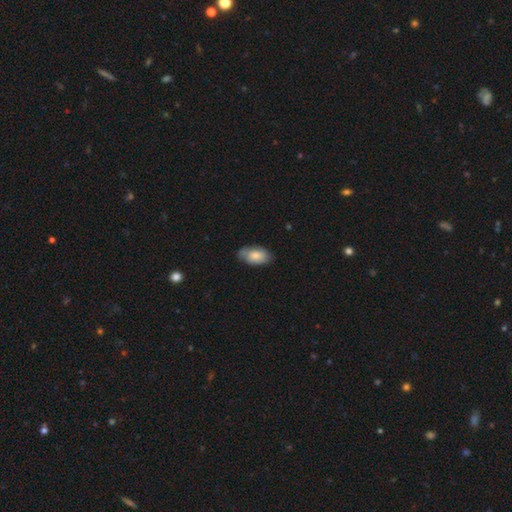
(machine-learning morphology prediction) smooth_or_featured: smooth (p=0.75) [alt: featured or disk p=0.19]
how_rounded: in between (p=0.94) [alt: round p=0.04]
merging: none (p=0.70) [alt: minor disturbance p=0.24]